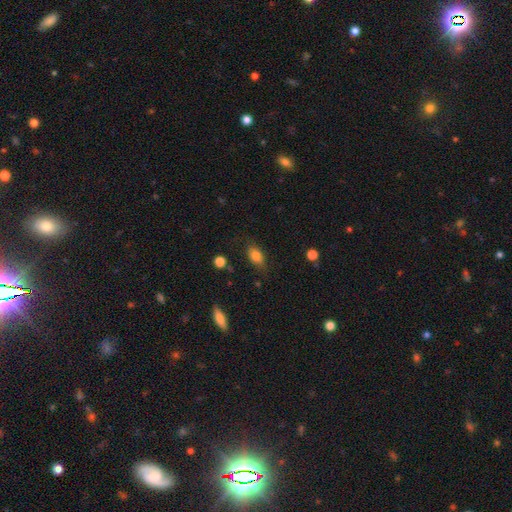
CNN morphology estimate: smooth_or_featured: smooth (p=0.80) [alt: featured or disk p=0.11]
how_rounded: in between (p=0.84) [alt: round p=0.11]
merging: none (p=0.74) [alt: minor disturbance p=0.19]